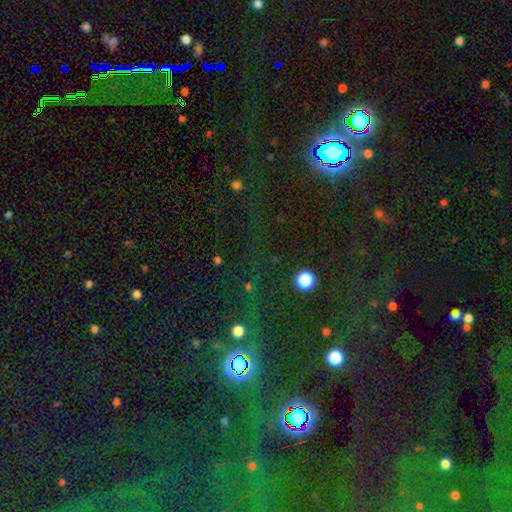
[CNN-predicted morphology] Smooth or featured?
  - star or artifact: 79% *
  - smooth: 13%
  - featured or disk: 8%